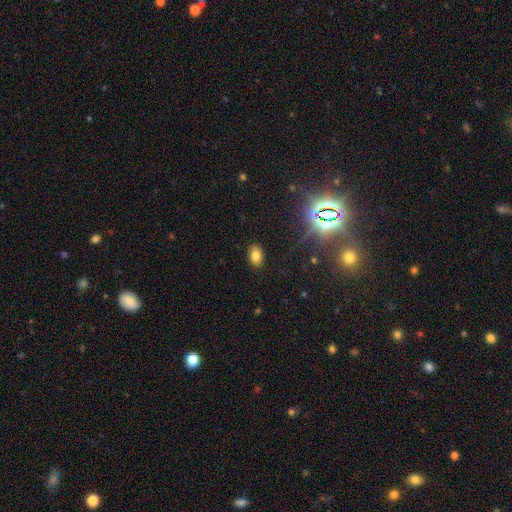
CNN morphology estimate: smooth_or_featured: smooth (p=0.75) [alt: star or artifact p=0.16]
how_rounded: in between (p=0.85) [alt: round p=0.14]
merging: none (p=0.88) [alt: minor disturbance p=0.09]